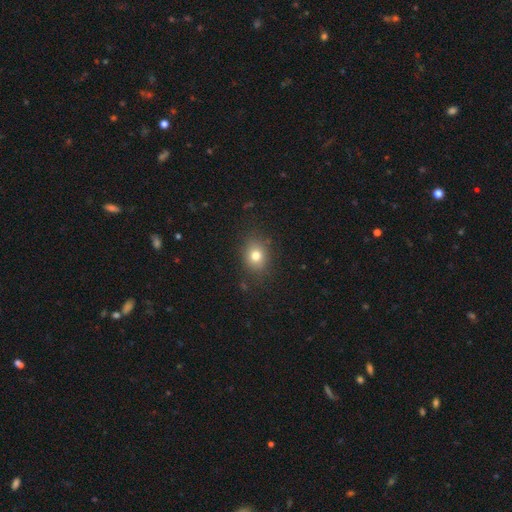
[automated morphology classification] A smooth galaxy with no disk features (78%) that is round (55%).

Vote fractions:
- Smooth or featured? smooth: 78% / star or artifact: 12% / featured or disk: 10%
- How rounded? round: 55% / in between: 44% / cigar-shaped: 1%
- Merging? none: 82% / minor disturbance: 12% / major disturbance: 4% / merger: 1%